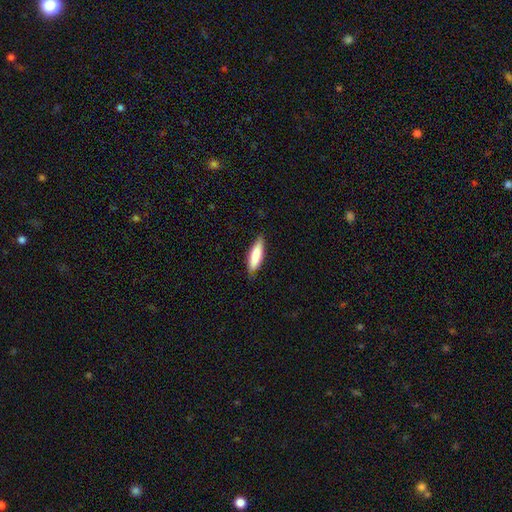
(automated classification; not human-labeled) The model was most divided on "how rounded": cigar-shaped: 59%, in between: 39%, round: 1%. More confident: merging — none (83%); smooth or featured — smooth (83%).